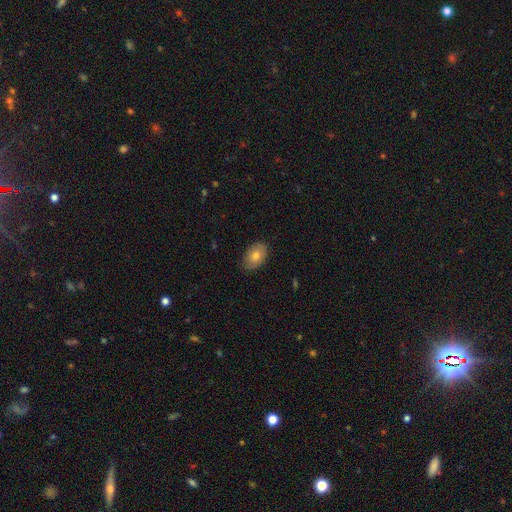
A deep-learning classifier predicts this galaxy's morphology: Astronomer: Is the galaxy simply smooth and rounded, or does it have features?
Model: smooth — 75%.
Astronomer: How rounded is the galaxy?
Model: in between — 88%.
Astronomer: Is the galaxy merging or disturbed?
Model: none — 85%.